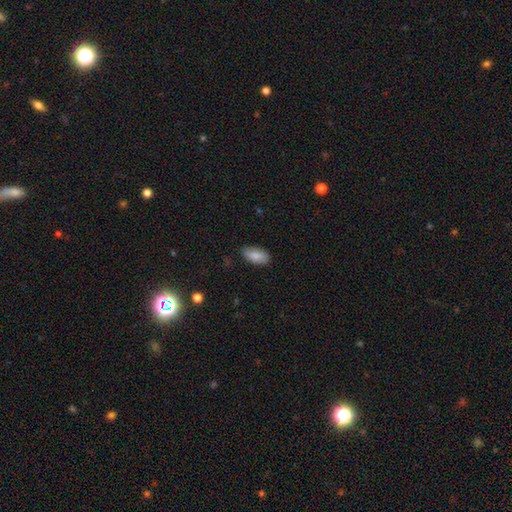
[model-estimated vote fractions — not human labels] Q: Smooth or featured?
A: smooth (86%); runner-up: featured or disk (7%)
Q: How rounded?
A: in between (93%); runner-up: cigar-shaped (5%)
Q: Merging?
A: none (84%); runner-up: minor disturbance (13%)